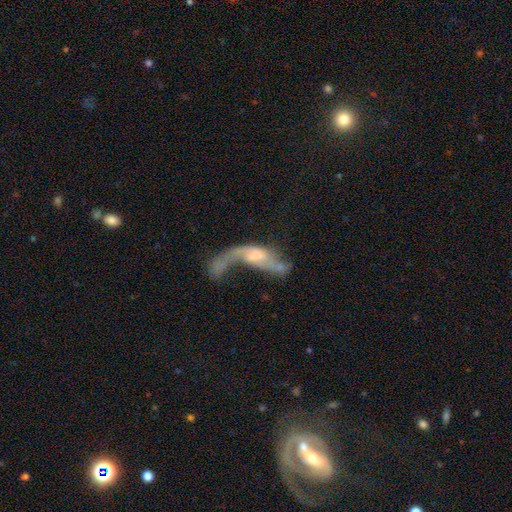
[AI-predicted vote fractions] Smooth or featured? featured or disk (74%)
Edge-on disk? no (89%)
Bar? no (47%)
Spiral arms? yes (79%)
Spiral winding? loose (88%)
Spiral arm count? 2 (71%)
Bulge size? none (34%)
Merging? major disturbance (40%)